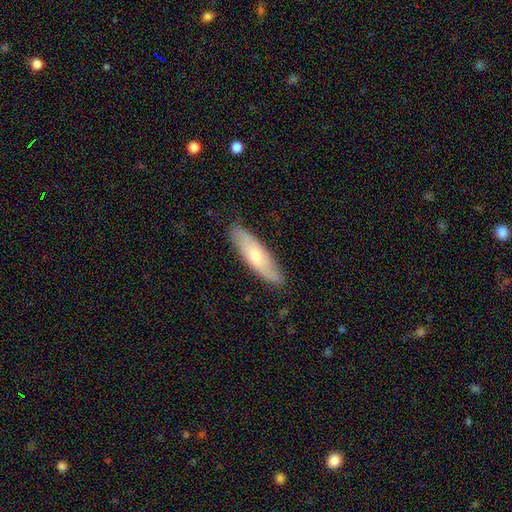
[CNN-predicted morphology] smooth_or_featured: smooth (p=0.56) [alt: featured or disk p=0.39]
how_rounded: cigar-shaped (p=0.60) [alt: in between p=0.38]
merging: none (p=0.85) [alt: minor disturbance p=0.12]